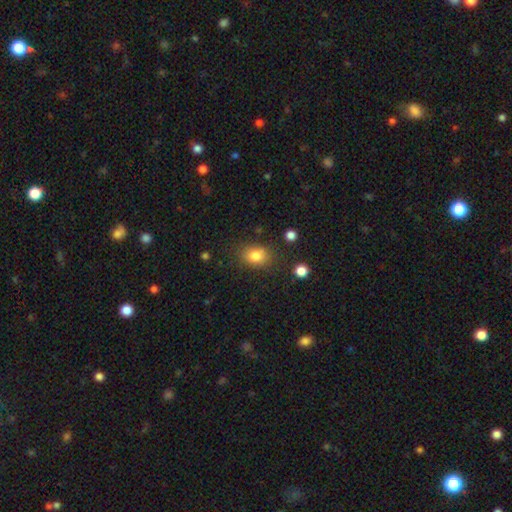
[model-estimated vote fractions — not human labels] Smooth or featured? Predicted: smooth (p=0.82). How rounded? Predicted: in between (p=0.60). Merging? Predicted: none (p=0.78).